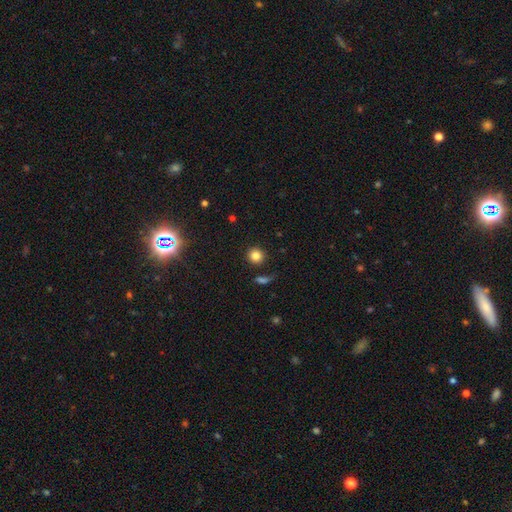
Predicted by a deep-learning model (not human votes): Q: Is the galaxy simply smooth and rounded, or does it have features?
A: smooth — 83%.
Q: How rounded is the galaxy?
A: round — 92%.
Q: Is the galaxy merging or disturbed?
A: none — 86%.